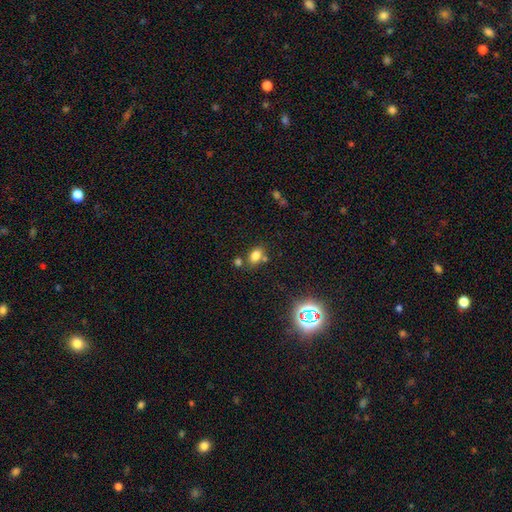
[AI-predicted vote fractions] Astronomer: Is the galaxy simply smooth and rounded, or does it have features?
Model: smooth — 78%.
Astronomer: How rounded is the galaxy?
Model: in between — 81%.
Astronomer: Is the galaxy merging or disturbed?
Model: none — 68%.